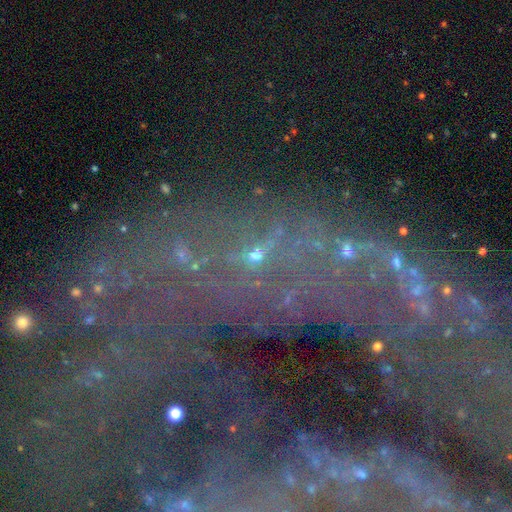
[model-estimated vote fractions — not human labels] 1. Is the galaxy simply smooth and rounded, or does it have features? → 44% star or artifact, 33% featured or disk, 23% smooth.